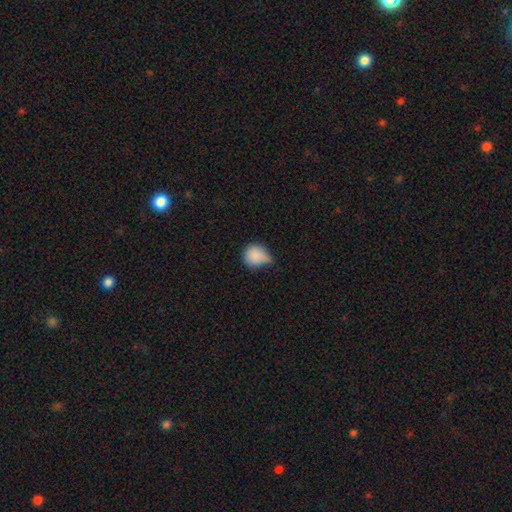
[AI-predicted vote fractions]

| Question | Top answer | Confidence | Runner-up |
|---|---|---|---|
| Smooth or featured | smooth | 83% | star or artifact (10%) |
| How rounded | round | 72% | in between (27%) |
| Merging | minor disturbance | 50% | none (30%) |